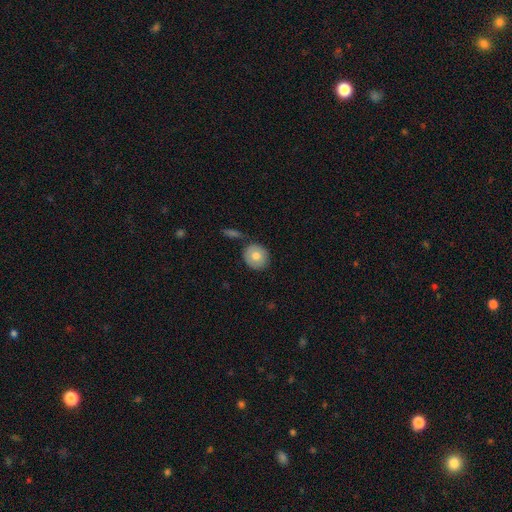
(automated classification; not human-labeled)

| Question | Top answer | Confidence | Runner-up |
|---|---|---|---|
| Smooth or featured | smooth | 76% | featured or disk (17%) |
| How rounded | round | 86% | in between (13%) |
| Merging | none | 80% | minor disturbance (11%) |